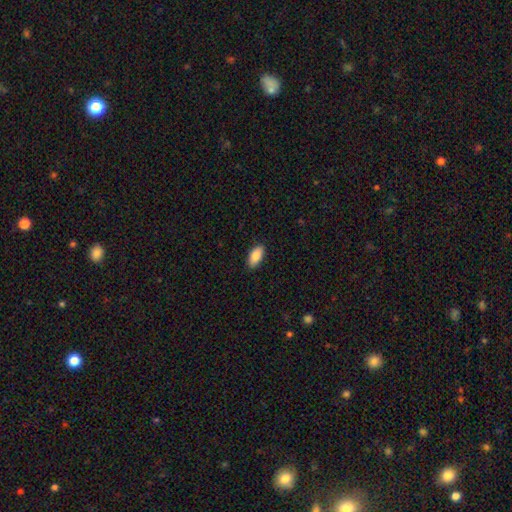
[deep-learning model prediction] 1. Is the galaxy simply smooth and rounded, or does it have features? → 87% smooth, 6% featured or disk, 6% star or artifact.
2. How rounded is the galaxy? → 92% in between, 6% cigar-shaped, 2% round.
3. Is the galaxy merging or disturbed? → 88% none, 9% minor disturbance, 2% major disturbance, 1% merger.